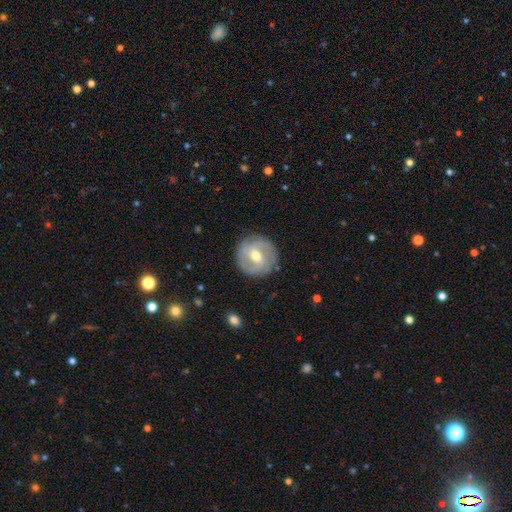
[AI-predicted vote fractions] Overall: featured or disk (69%). Edge-on disk: no (96%). Bar: weak (51%; strong 25%). Spiral arms: yes (78%). Spiral arm count: 2 (60%; can't tell 20%). Spiral winding: tight (44%; medium 39%). Bulge size: moderate (69%). Merging: none (85%).